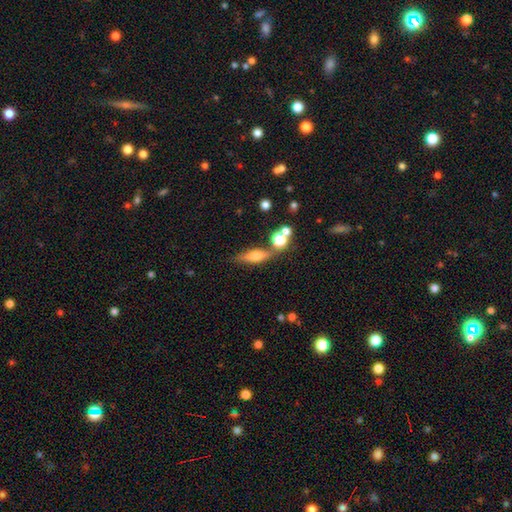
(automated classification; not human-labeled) This appears to be a smooth galaxy with no disk features (50%). Merging: none (69%).